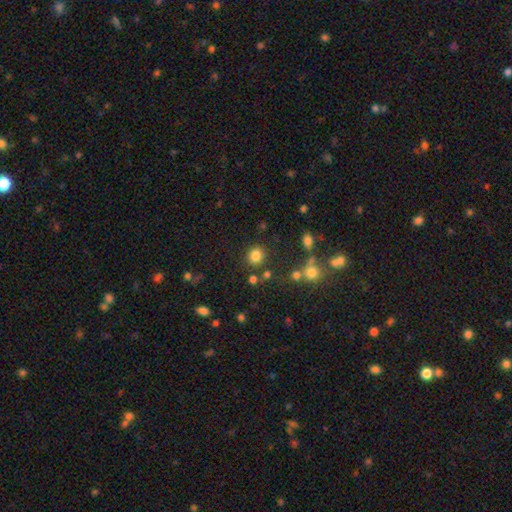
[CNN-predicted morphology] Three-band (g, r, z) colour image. It shows a smooth galaxy with no disk features (81%) that is round (82%). Merging: none (82%).